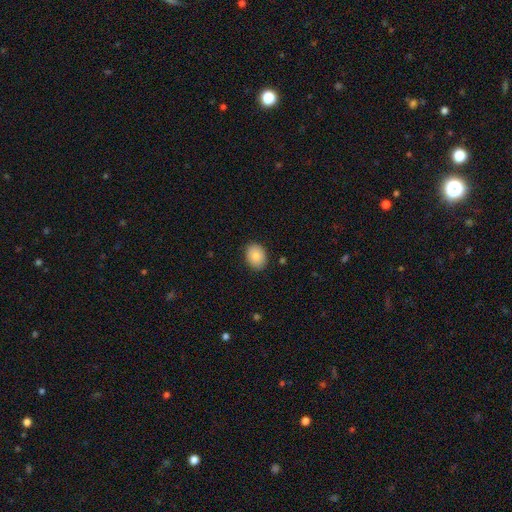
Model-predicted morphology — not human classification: This is clearly a smooth galaxy (85%). How rounded: likely in between (65%). Merging: clearly none (88%).